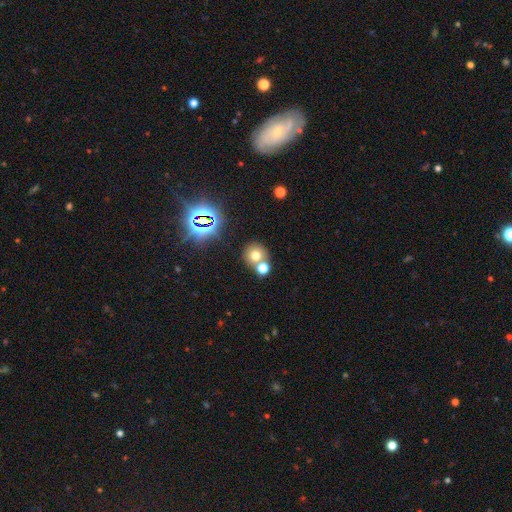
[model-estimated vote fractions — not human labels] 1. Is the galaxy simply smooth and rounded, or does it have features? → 67% smooth, 20% star or artifact, 13% featured or disk.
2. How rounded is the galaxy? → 86% round, 13% in between, 1% cigar-shaped.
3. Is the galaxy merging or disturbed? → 55% none, 35% merger, 7% minor disturbance, 3% major disturbance.